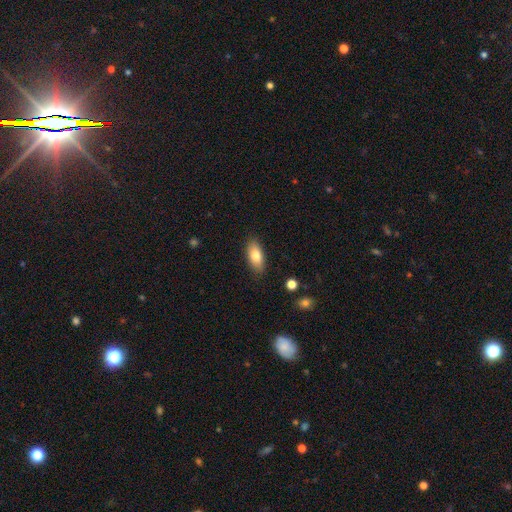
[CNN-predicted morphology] smooth_or_featured: smooth (p=0.79) [alt: featured or disk p=0.14]
how_rounded: in between (p=0.85) [alt: cigar-shaped p=0.12]
merging: none (p=0.87) [alt: minor disturbance p=0.10]